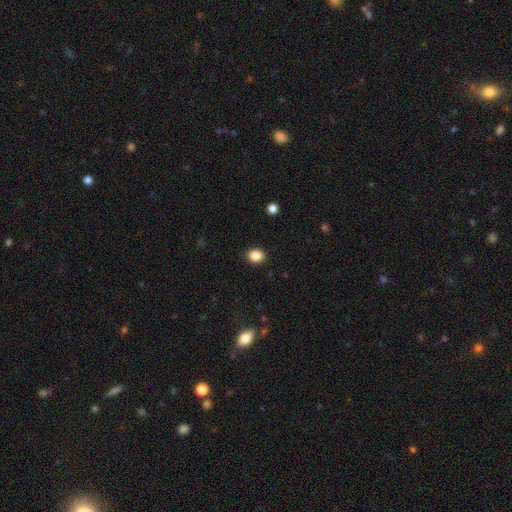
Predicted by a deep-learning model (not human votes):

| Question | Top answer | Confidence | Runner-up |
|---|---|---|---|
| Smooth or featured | smooth | 87% | star or artifact (10%) |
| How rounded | round | 61% | in between (38%) |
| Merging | none | 91% | minor disturbance (6%) |